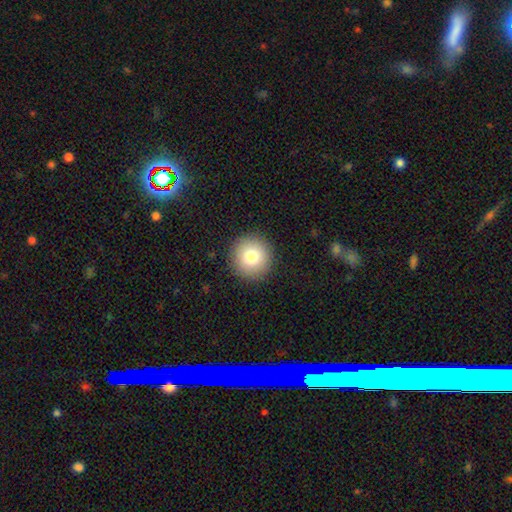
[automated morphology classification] A smooth galaxy with no disk features (79%) that is round (95%). Merging: none (92%).